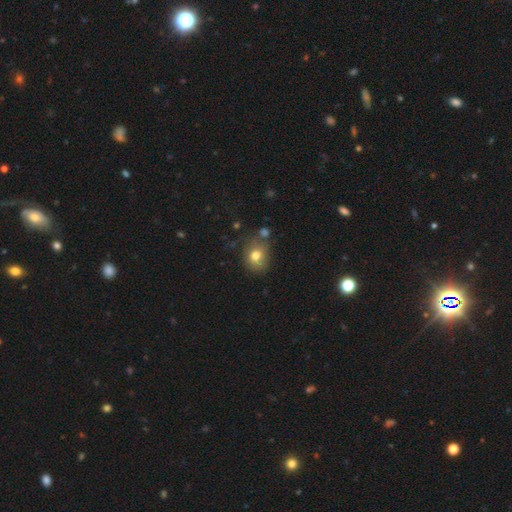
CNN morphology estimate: type=smooth (77%); roundness=round (59%); merging=none (64%).